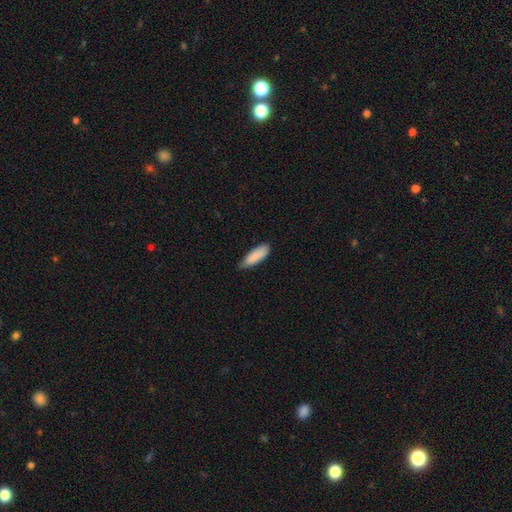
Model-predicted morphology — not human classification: Smooth or featured: smooth — 88% (featured or disk — 6%)
How rounded: in between — 59% (cigar-shaped — 39%)
Merging: none — 68% (minor disturbance — 28%)